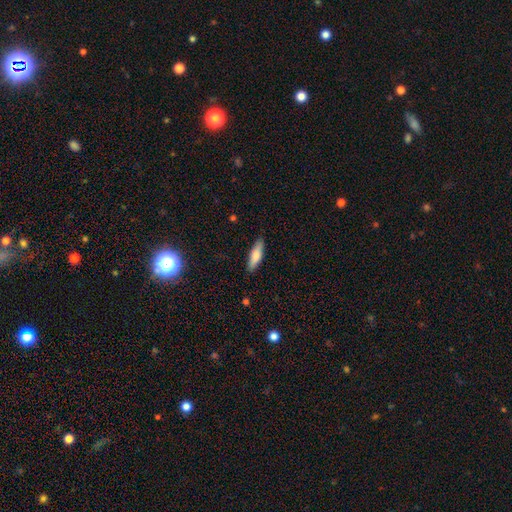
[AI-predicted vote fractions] Smooth or featured: smooth — 75% (featured or disk — 19%)
How rounded: cigar-shaped — 54% (in between — 44%)
Merging: none — 87% (minor disturbance — 10%)